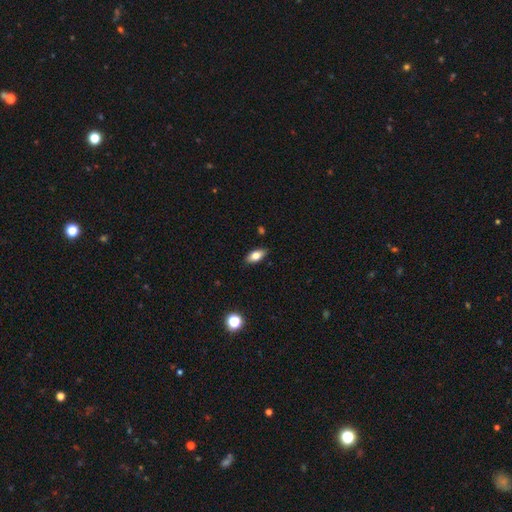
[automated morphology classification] Smooth or featured: smooth — 74% (featured or disk — 18%)
How rounded: in between — 87% (cigar-shaped — 9%)
Merging: none — 88% (minor disturbance — 9%)